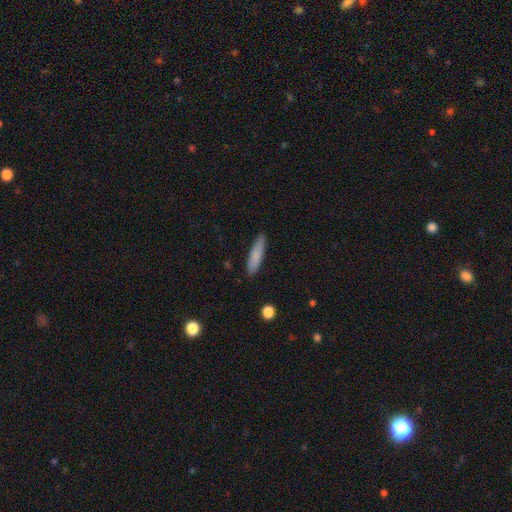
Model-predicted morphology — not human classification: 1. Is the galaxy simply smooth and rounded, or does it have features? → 82% smooth, 11% featured or disk, 6% star or artifact.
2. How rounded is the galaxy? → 81% cigar-shaped, 18% in between, 1% round.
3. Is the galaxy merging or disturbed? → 89% none, 8% minor disturbance, 2% major disturbance, 1% merger.